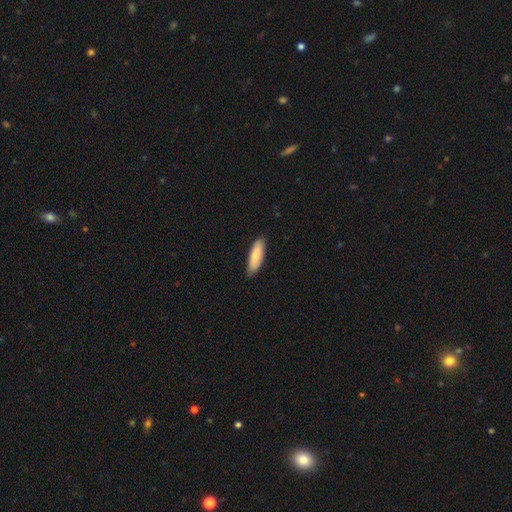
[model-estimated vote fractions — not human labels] A smooth galaxy with no disk features (84%) that is in between round and cigar-shaped (51%). Merging: none (86%).